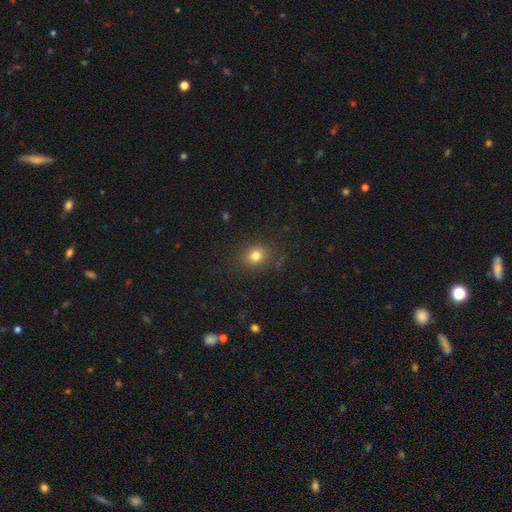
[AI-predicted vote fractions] Smooth or featured: smooth — 79% (star or artifact — 14%)
How rounded: round — 71% (in between — 28%)
Merging: none — 86% (minor disturbance — 10%)